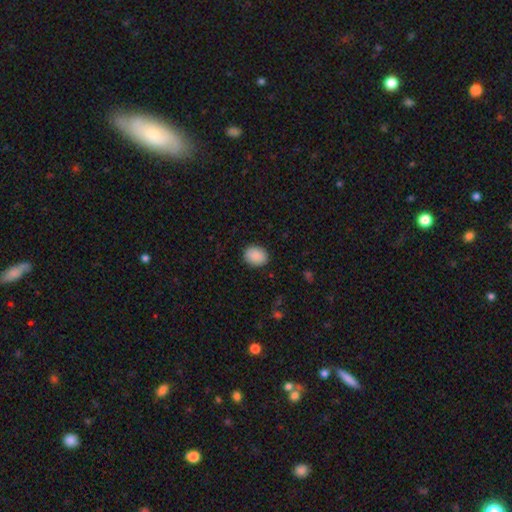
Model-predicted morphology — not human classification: smooth 90%, star or artifact 7%, featured or disk 3%. Down the decision tree: how rounded — in between (59%); merging — none (89%).